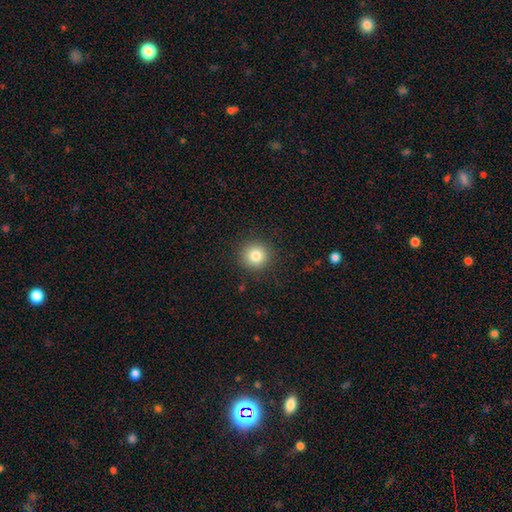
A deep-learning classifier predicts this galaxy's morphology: Smooth or featured: smooth — 82% (star or artifact — 11%)
How rounded: round — 94% (in between — 5%)
Merging: none — 91% (minor disturbance — 6%)